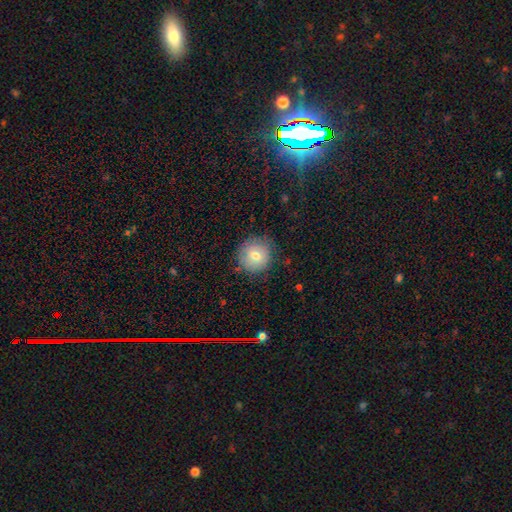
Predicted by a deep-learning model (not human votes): Smooth or featured: smooth — 75% (featured or disk — 16%)
How rounded: round — 91% (in between — 8%)
Merging: none — 79% (minor disturbance — 16%)